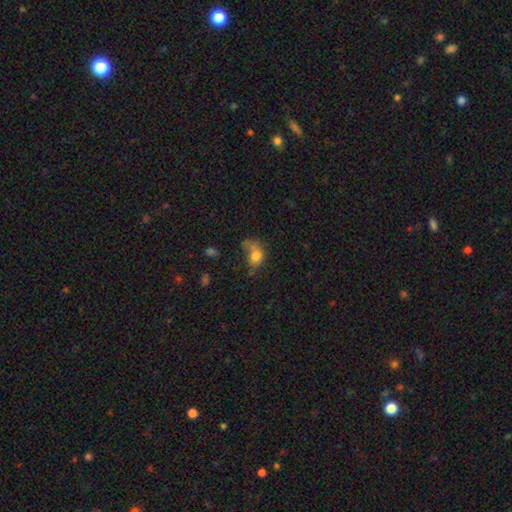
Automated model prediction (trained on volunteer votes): This appears to be a smooth galaxy with no disk features (75%) that is in between round and cigar-shaped (58%). Merging: none (29%).